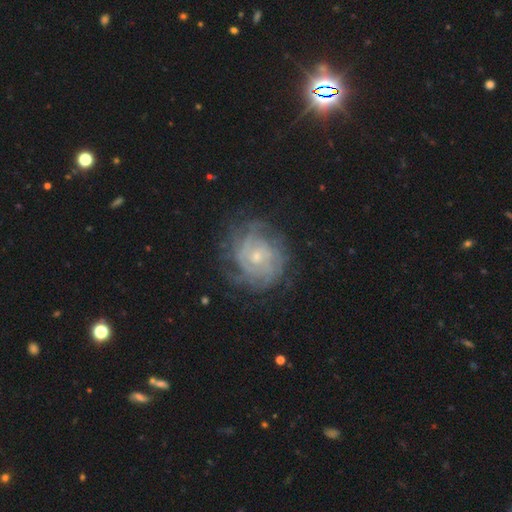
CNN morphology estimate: smooth-or-featured: featured or disk: 81% | smooth: 11% | star or artifact: 8%
  disk-edge-on: no: 97% | yes: 3%
    bar: no: 74% | weak: 22% | strong: 4%
    has-spiral-arms: yes: 93% | no: 7%
      spiral-winding: tight: 73% | medium: 21% | loose: 6%
      spiral-arm-count: can't tell: 46% | 2: 14% | 4: 13% | 3: 12% | more than 4: 8% | 1: 6%
    bulge-size: small: 70% | moderate: 26% | none: 2% | large: 2% | dominant: 1%
  merging: none: 73% | minor disturbance: 17% | major disturbance: 9% | merger: 1%